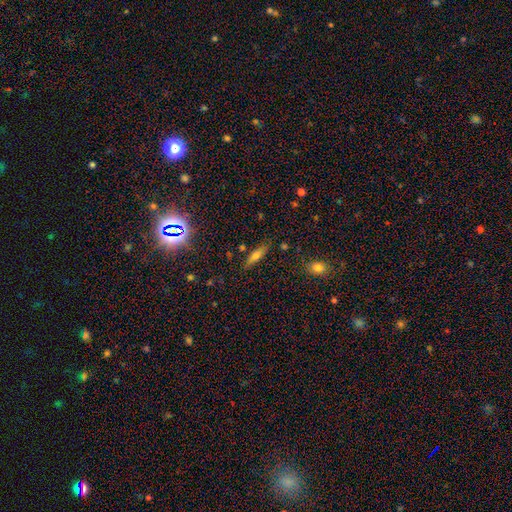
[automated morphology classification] Smooth or featured? smooth (61%)
How rounded? cigar-shaped (58%)
Merging? none (81%)